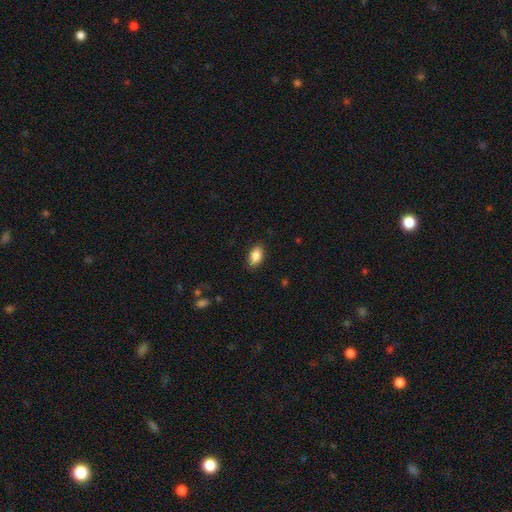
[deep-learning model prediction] A smooth galaxy with no disk features (87%) that is in between round and cigar-shaped (92%). Merging: none (87%).